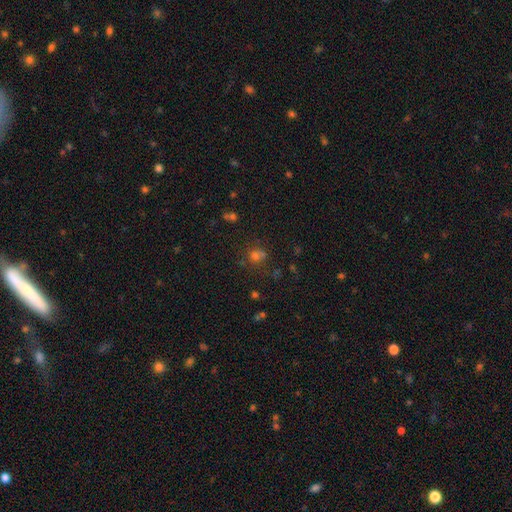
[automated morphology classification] Smooth or featured: smooth — 63% (star or artifact — 28%)
How rounded: round — 82% (in between — 17%)
Merging: none — 61% (merger — 20%)